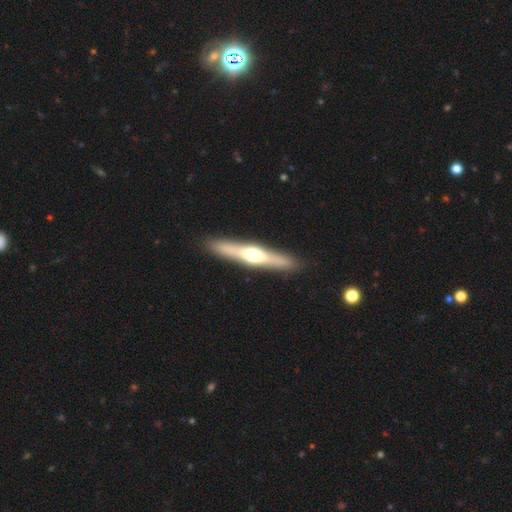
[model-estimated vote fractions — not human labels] Overall: featured or disk (67%; smooth 28%). Edge-on disk: yes (96%). Edge-on bulge: rounded (90%). Merging: none (91%).